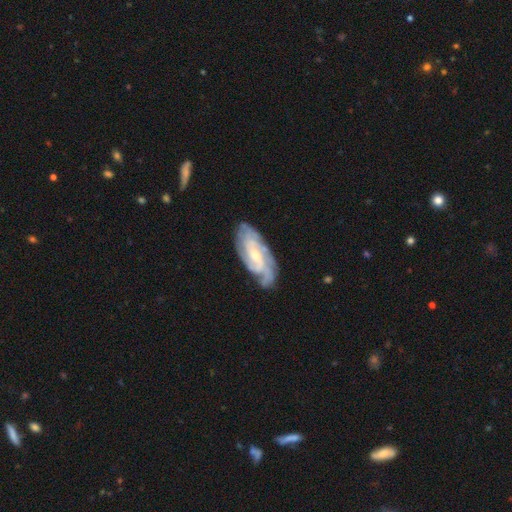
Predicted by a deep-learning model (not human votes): Overall: featured or disk (86%). Edge-on disk: no (94%). Bar: no (48%; weak 40%). Spiral arms: yes (97%). Spiral arm count: 3 (28%; can't tell 24%). Spiral winding: tight (64%; medium 30%). Bulge size: small (55%; moderate 39%). Merging: none (77%).